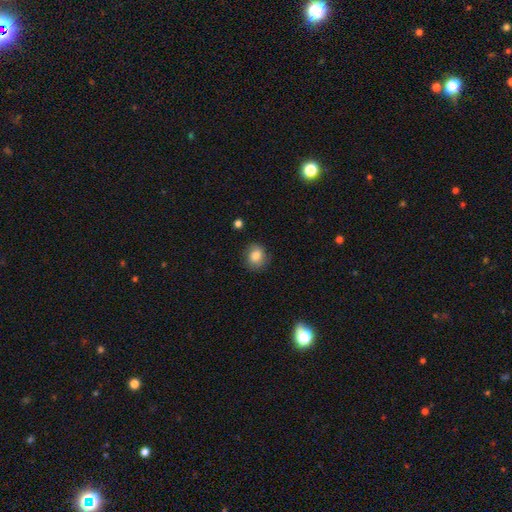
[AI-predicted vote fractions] Smooth or featured?
  - smooth: 80% *
  - featured or disk: 10%
  - star or artifact: 9%
How rounded?
  - round: 73% *
  - in between: 26%
  - cigar-shaped: 1%
Merging?
  - none: 82% *
  - minor disturbance: 13%
  - major disturbance: 3%
  - merger: 1%